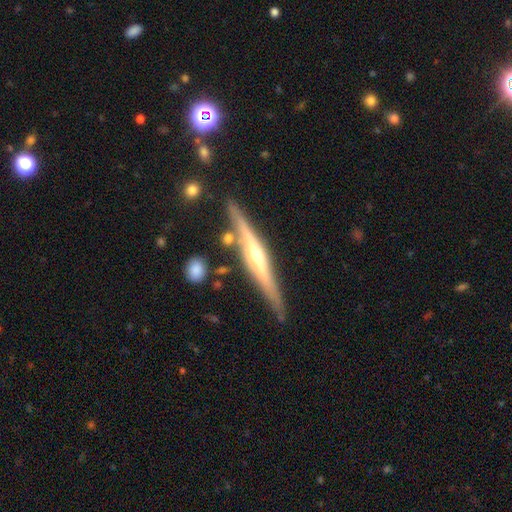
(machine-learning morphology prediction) This is likely a featured or disk galaxy (78%). It is clearly viewed edge-on (97%). Edge-on bulge: clearly rounded (88%). Merging: clearly none (82%).